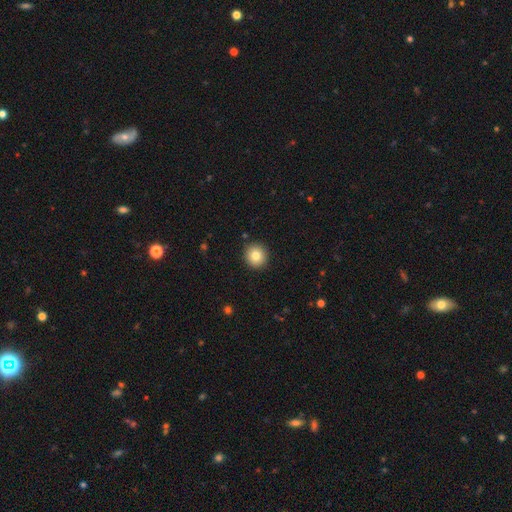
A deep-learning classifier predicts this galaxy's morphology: type=smooth (80%); roundness=round (94%); merging=none (92%).